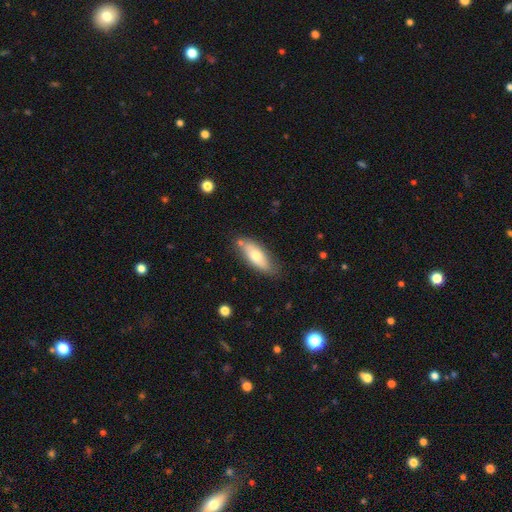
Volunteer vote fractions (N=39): Overall: smooth (59%; featured or disk 38%). How rounded: in between (70%). Merging: none (63%).